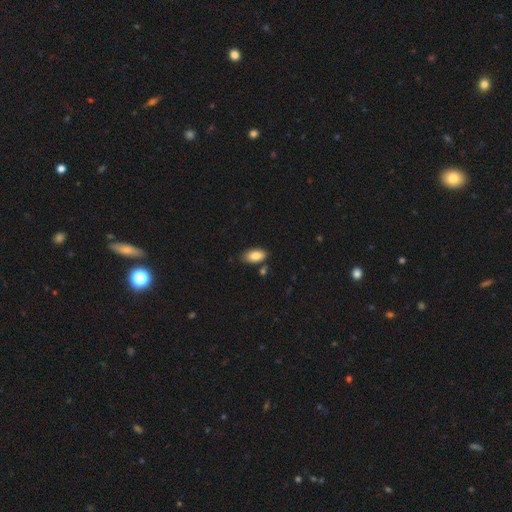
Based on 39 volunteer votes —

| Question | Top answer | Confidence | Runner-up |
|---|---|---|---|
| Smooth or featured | smooth | 79% | featured or disk (21%) |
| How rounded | in between | 100% | — |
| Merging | none | 82% | minor disturbance (10%) |